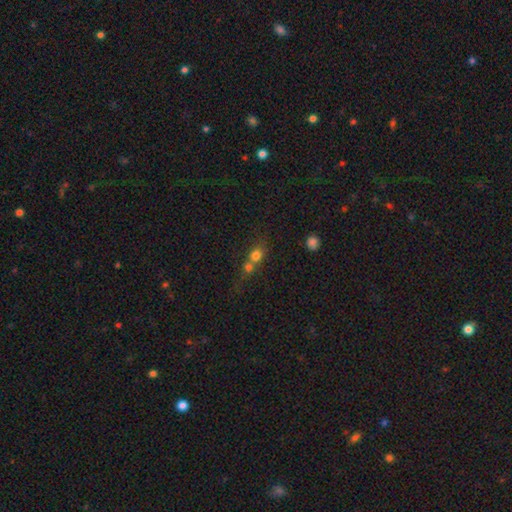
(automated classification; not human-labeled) Smooth or featured: smooth — 73% (star or artifact — 14%)
How rounded: round — 73% (in between — 24%)
Merging: merger — 63% (none — 26%)